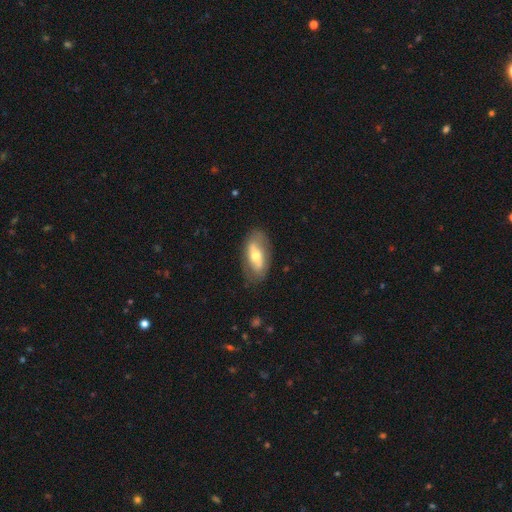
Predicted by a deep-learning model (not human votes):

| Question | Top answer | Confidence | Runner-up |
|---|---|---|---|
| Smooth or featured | featured or disk | 50% | smooth (44%) |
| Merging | none | 77% | minor disturbance (16%) |